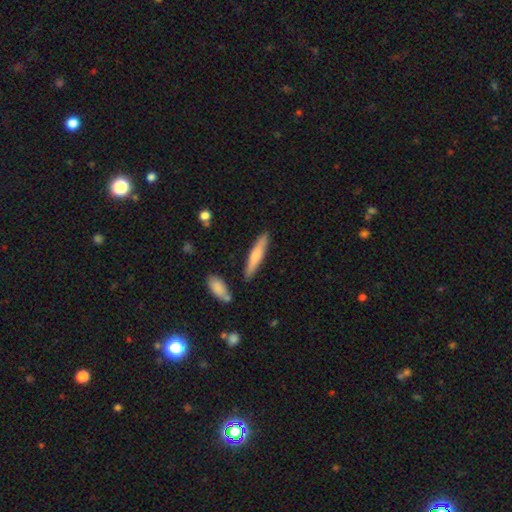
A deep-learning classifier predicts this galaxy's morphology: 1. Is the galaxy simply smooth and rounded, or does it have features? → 66% smooth, 28% featured or disk, 5% star or artifact.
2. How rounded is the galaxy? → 88% cigar-shaped, 11% in between, 1% round.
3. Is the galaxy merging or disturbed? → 86% none, 9% minor disturbance, 3% merger, 2% major disturbance.